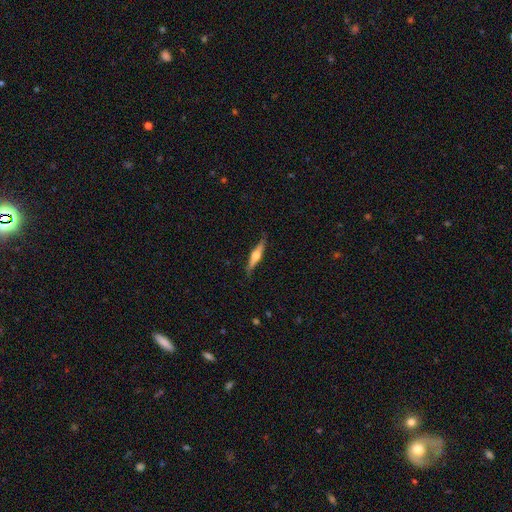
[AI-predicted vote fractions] Smooth or featured: featured or disk — 68% (smooth — 27%)
Edge-on disk: yes — 96% (no — 4%)
Edge-on bulge: rounded — 93% (boxy — 4%)
Merging: none — 83% (minor disturbance — 14%)